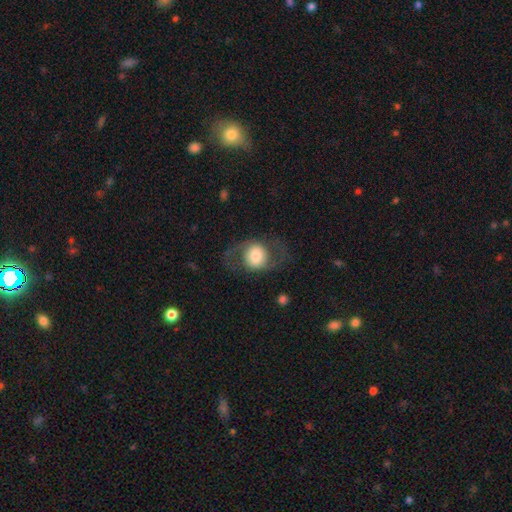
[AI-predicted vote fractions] Smooth or featured?
  - featured or disk: 48% *
  - smooth: 45%
  - star or artifact: 7%
Merging?
  - none: 68% *
  - major disturbance: 16%
  - minor disturbance: 15%
  - merger: 1%